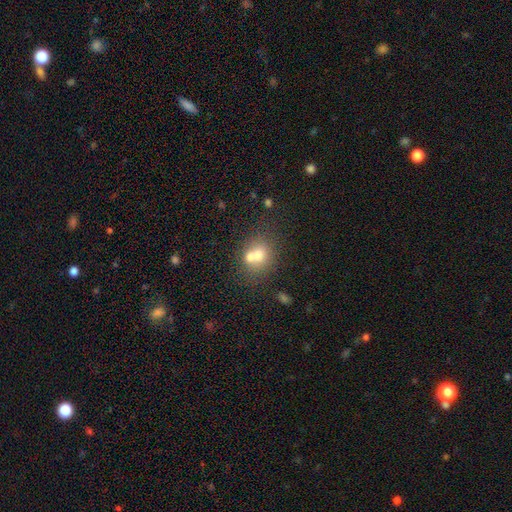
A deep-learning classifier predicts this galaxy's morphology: smooth_or_featured: smooth (p=0.65) [alt: featured or disk p=0.23]
how_rounded: round (p=0.72) [alt: in between p=0.27]
merging: merger (p=0.53) [alt: none p=0.36]